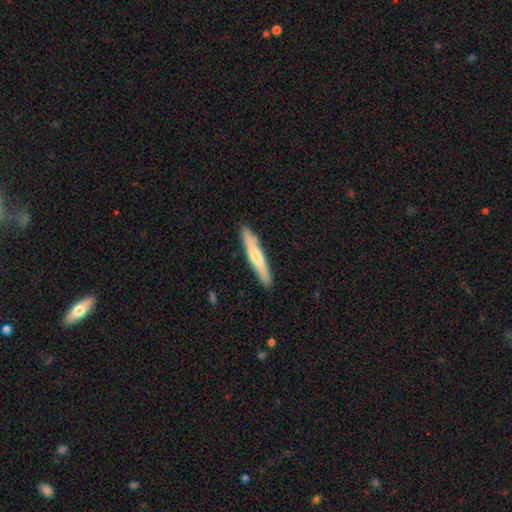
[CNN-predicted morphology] Q: Smooth or featured?
A: smooth (56%); runner-up: featured or disk (38%)
Q: How rounded?
A: cigar-shaped (93%); runner-up: in between (6%)
Q: Merging?
A: none (89%); runner-up: minor disturbance (8%)